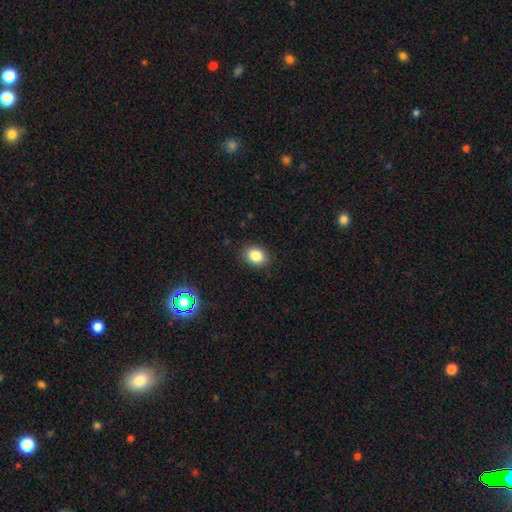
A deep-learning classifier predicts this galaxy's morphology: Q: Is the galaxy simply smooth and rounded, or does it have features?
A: smooth — 85%.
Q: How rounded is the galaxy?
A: in between — 53%.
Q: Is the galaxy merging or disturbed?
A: none — 88%.